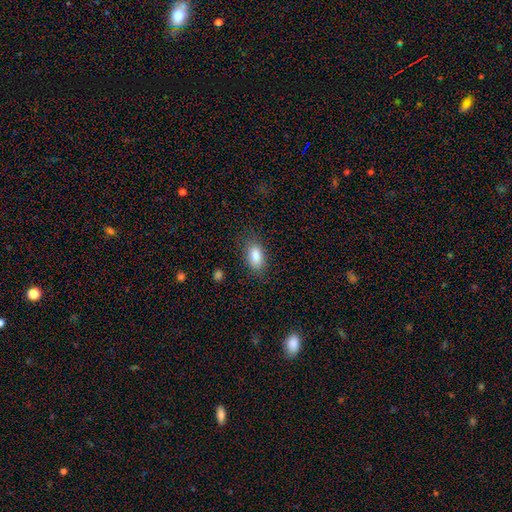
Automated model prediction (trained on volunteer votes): Morphology: type=smooth (84%); roundness=in between (90%); merging=none (82%).